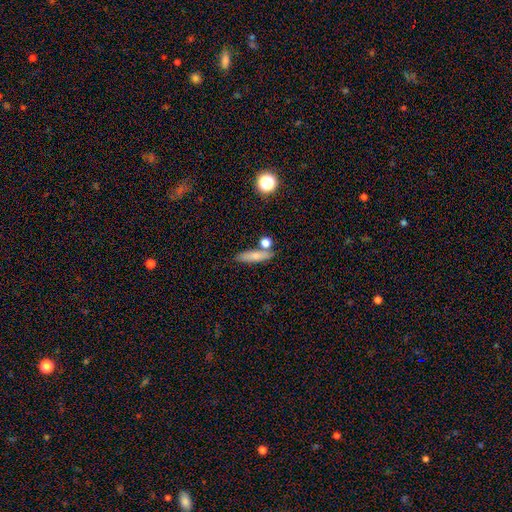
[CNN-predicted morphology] smooth_or_featured: smooth (p=0.75) [alt: featured or disk p=0.16]
how_rounded: cigar-shaped (p=0.67) [alt: in between p=0.27]
merging: none (p=0.71) [alt: merger p=0.13]